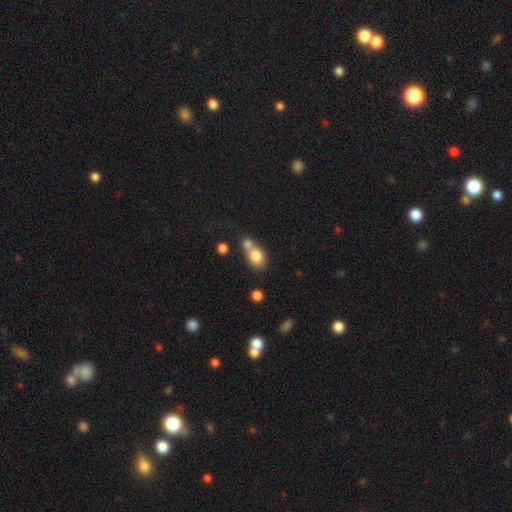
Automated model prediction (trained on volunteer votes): A smooth galaxy with no disk features (79%) that is in between round and cigar-shaped (59%). Merging: merger (54%).